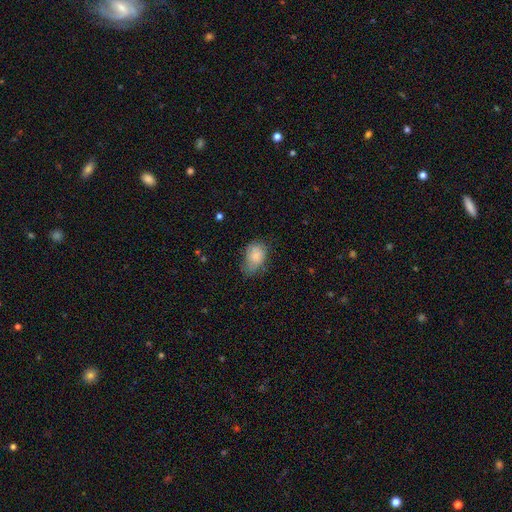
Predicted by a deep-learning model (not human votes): This is clearly a smooth galaxy (81%). How rounded: clearly in between (82%). Merging: possibly none (46%).